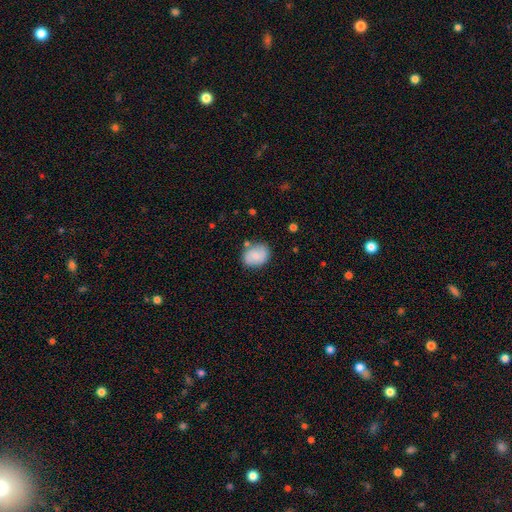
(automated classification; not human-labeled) Smooth or featured? Predicted: smooth (p=0.65). How rounded? Predicted: in between (p=0.58). Merging? Predicted: none (p=0.76).